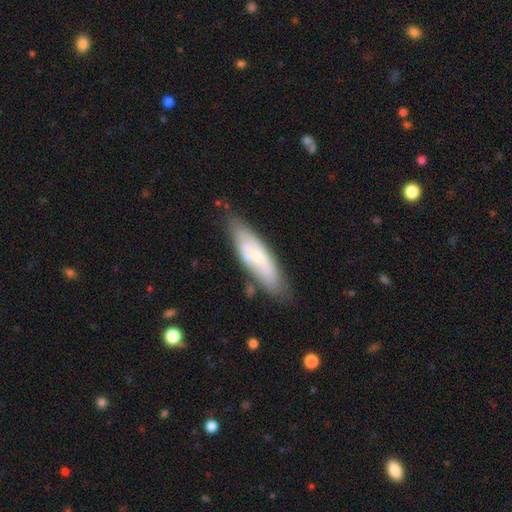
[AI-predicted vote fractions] smooth-or-featured: smooth: 51% | featured or disk: 43% | star or artifact: 7%
  how-rounded: cigar-shaped: 56% | in between: 42% | round: 2%
  merging: none: 72% | minor disturbance: 20% | major disturbance: 5% | merger: 4%